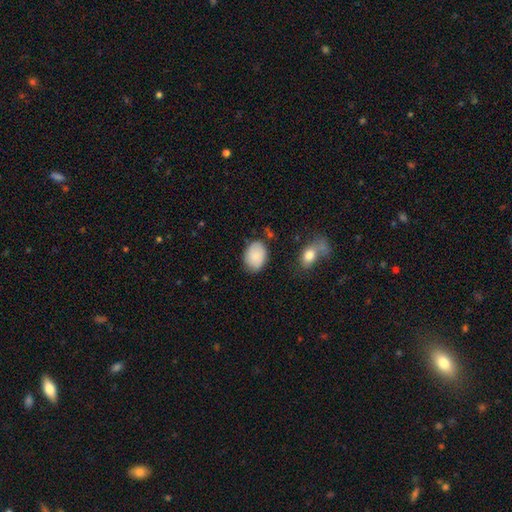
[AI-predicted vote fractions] This is clearly a smooth galaxy (85%). How rounded: likely in between (78%). Merging: likely none (76%).